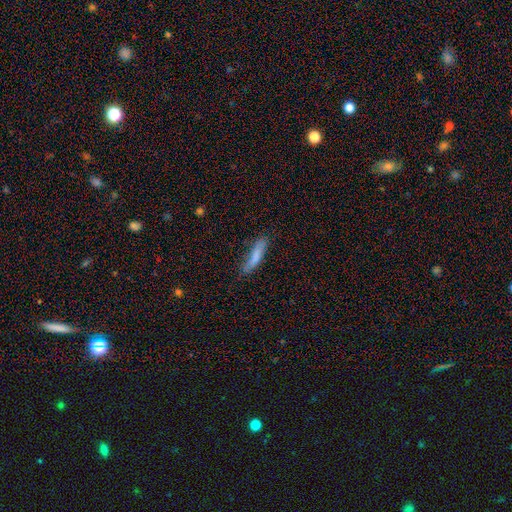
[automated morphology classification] Smooth or featured? smooth (77%)
How rounded? cigar-shaped (79%)
Merging? none (60%)